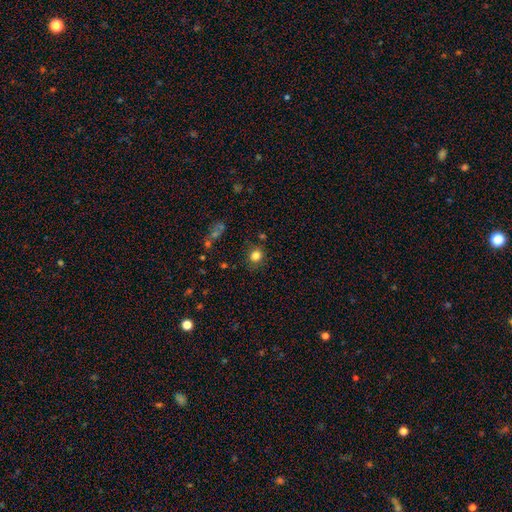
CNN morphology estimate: The model was most divided on "how rounded": round: 81%, in between: 18%, cigar-shaped: 1%. More confident: smooth or featured — smooth (82%); merging — none (81%).